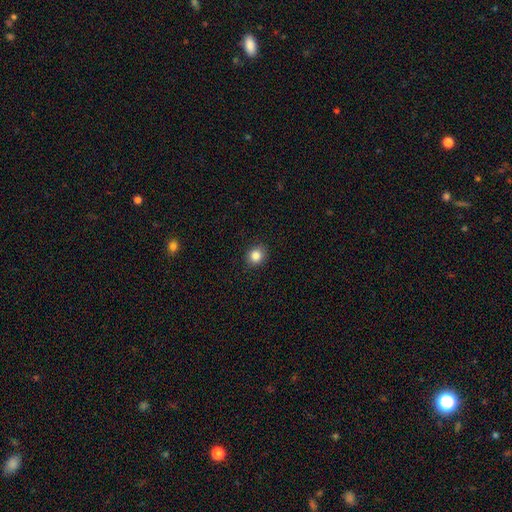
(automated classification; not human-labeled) This appears to be a smooth galaxy with no disk features (84%) that is round (74%). Merging: none (90%).